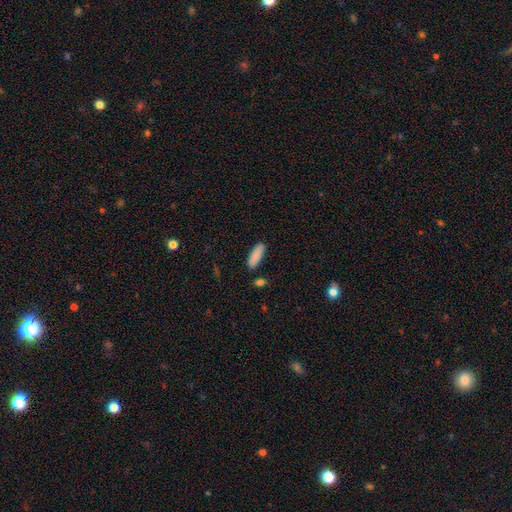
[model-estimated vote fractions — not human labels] A smooth galaxy with no disk features (88%) that is in between round and cigar-shaped (59%).

Vote fractions:
- Smooth or featured? smooth: 88% / star or artifact: 6% / featured or disk: 6%
- How rounded? in between: 59% / cigar-shaped: 39% / round: 2%
- Merging? none: 86% / minor disturbance: 10% / merger: 3% / major disturbance: 2%